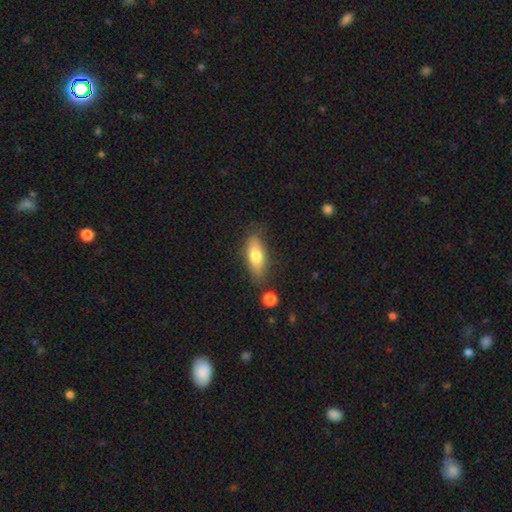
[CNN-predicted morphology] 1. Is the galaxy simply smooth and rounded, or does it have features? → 72% smooth, 21% featured or disk, 7% star or artifact.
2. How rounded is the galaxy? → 67% in between, 30% cigar-shaped, 3% round.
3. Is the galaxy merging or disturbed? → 76% none, 16% minor disturbance, 5% merger, 4% major disturbance.